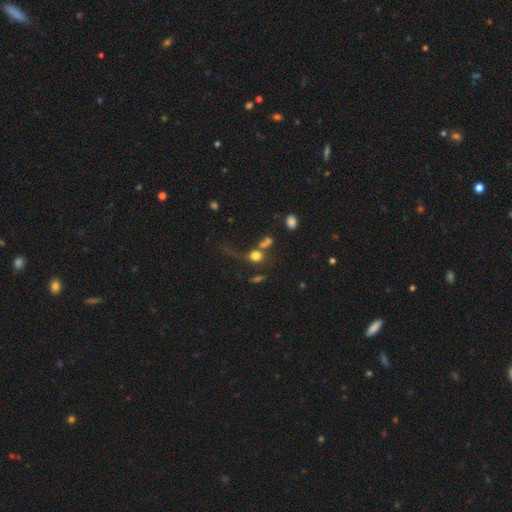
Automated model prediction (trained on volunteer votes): This is likely a smooth galaxy (69%). How rounded: likely round (72%). Merging: marginally none (39%).